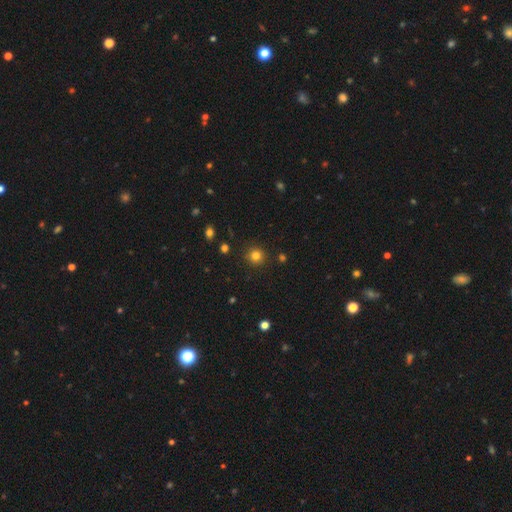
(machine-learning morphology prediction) A smooth galaxy with no disk features (80%) that is round (94%).

Vote fractions:
- Smooth or featured? smooth: 80% / star or artifact: 14% / featured or disk: 6%
- How rounded? round: 94% / in between: 6% / cigar-shaped: 1%
- Merging? none: 90% / minor disturbance: 6% / major disturbance: 2% / merger: 2%